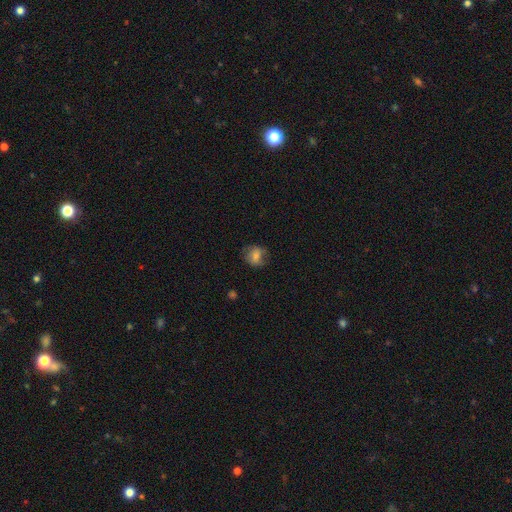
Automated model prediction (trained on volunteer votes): Q: Smooth or featured?
A: smooth (71%); runner-up: featured or disk (20%)
Q: How rounded?
A: round (65%); runner-up: in between (34%)
Q: Merging?
A: none (70%); runner-up: minor disturbance (21%)